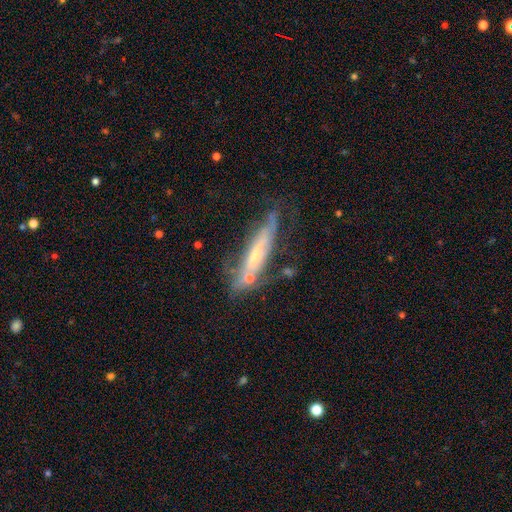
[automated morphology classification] Smooth or featured: featured or disk — 65% (smooth — 27%)
Edge-on disk: yes — 52% (no — 48%)
Merging: none — 44% (minor disturbance — 24%)